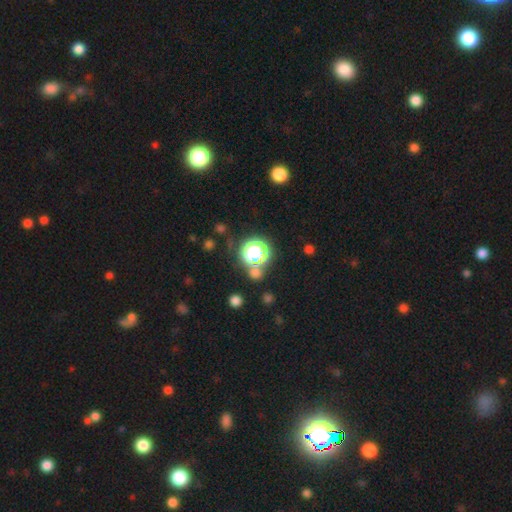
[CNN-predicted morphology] Smooth or featured?
  - star or artifact: 48% *
  - smooth: 42%
  - featured or disk: 10%